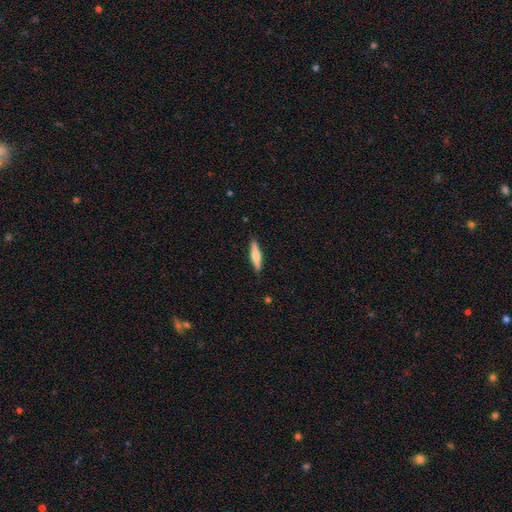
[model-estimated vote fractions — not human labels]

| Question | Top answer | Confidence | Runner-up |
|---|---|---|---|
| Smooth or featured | smooth | 58% | featured or disk (37%) |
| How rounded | cigar-shaped | 81% | in between (17%) |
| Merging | none | 88% | minor disturbance (9%) |